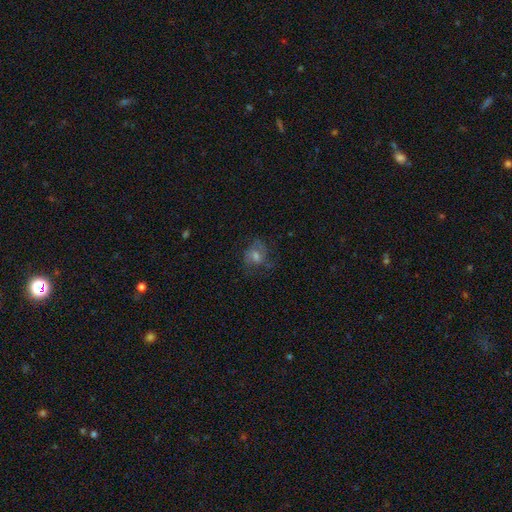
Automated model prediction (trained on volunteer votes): Smooth or featured?
  - featured or disk: 44% *
  - smooth: 37%
  - star or artifact: 19%
Merging?
  - none: 59% *
  - minor disturbance: 21%
  - major disturbance: 18%
  - merger: 2%